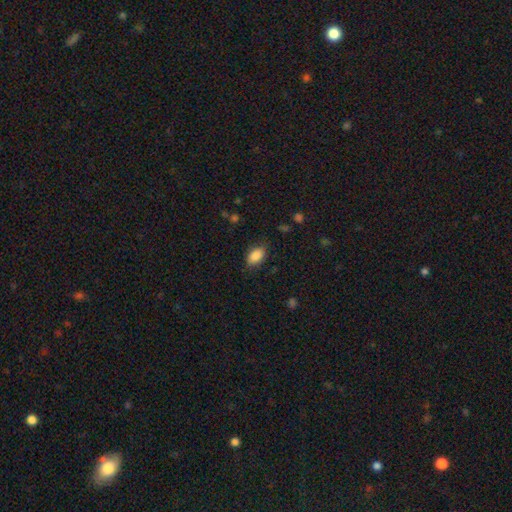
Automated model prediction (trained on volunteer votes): Morphology: type=smooth (87%); roundness=in between (90%); merging=none (79%).